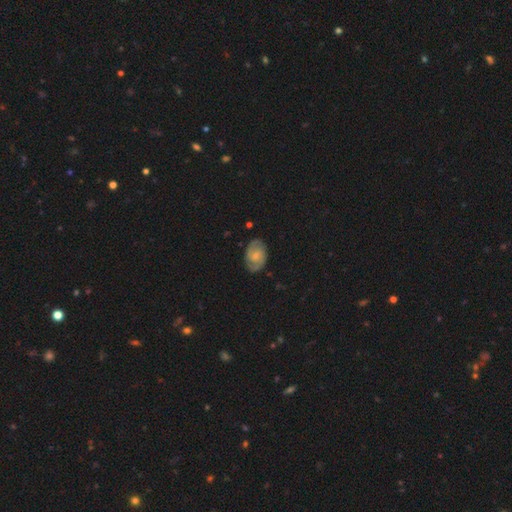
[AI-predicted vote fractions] Smooth or featured? featured or disk (67%)
Edge-on disk? no (97%)
Bar? no (52%)
Spiral arms? yes (90%)
Spiral winding? medium (44%)
Spiral arm count? 2 (79%)
Bulge size? small (49%)
Merging? none (78%)